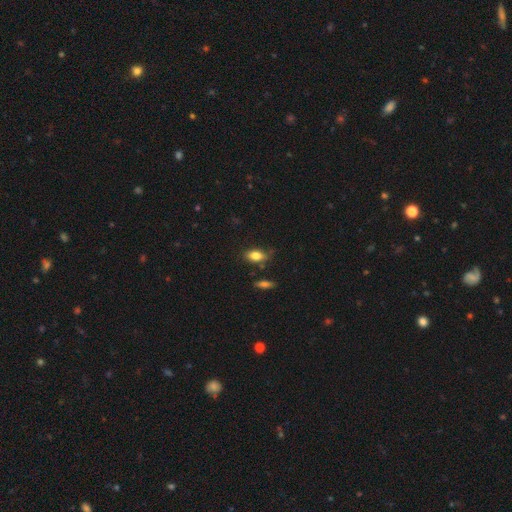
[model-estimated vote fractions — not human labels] Q: Smooth or featured?
A: smooth (81%); runner-up: featured or disk (11%)
Q: How rounded?
A: in between (87%); runner-up: round (7%)
Q: Merging?
A: none (69%); runner-up: minor disturbance (21%)